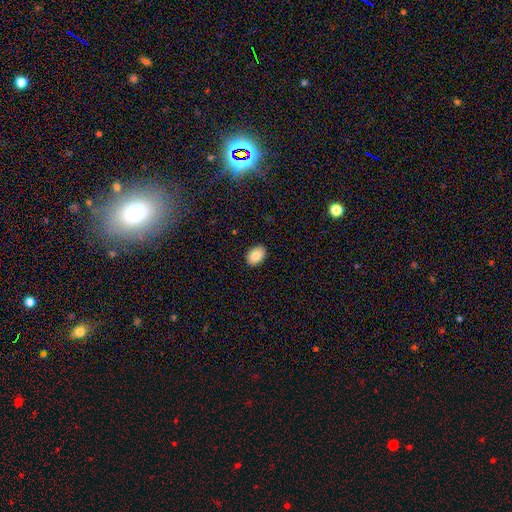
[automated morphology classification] This is clearly a smooth galaxy (86%). How rounded: clearly in between (82%). Merging: clearly none (90%).